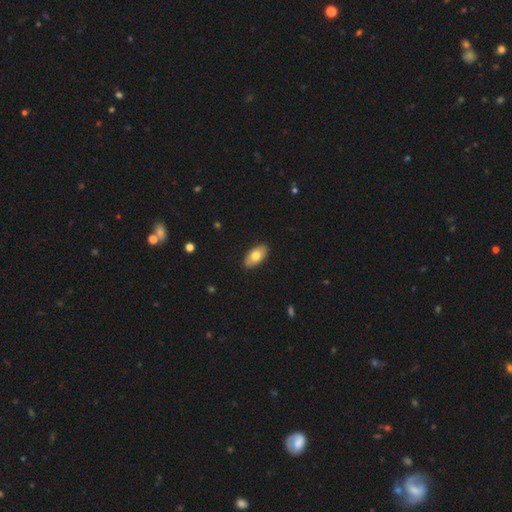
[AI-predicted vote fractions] This is likely a smooth galaxy (72%). How rounded: clearly in between (94%). Merging: clearly none (89%).